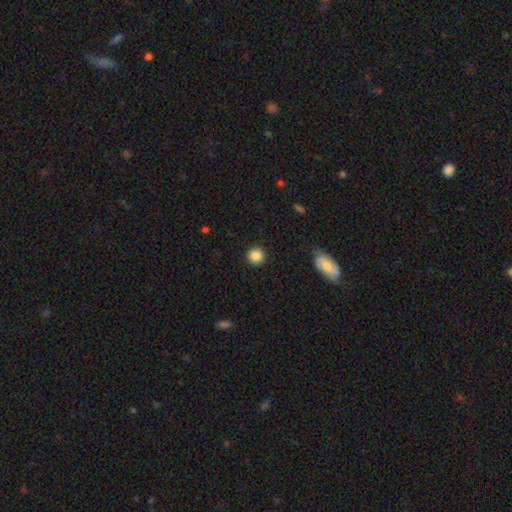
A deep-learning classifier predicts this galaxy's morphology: Smooth or featured? smooth (87%)
How rounded? round (93%)
Merging? none (91%)